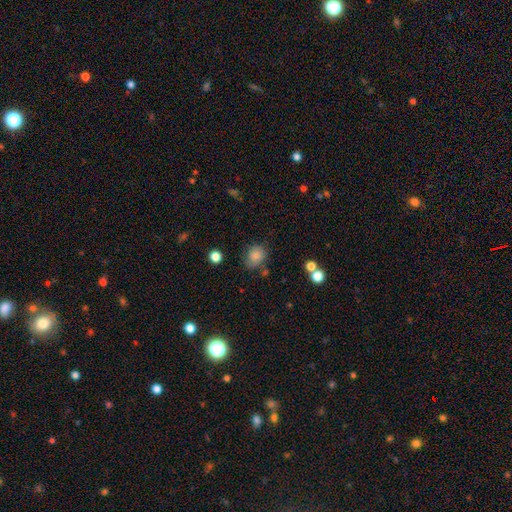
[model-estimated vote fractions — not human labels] Q: Smooth or featured?
A: smooth (83%); runner-up: star or artifact (10%)
Q: How rounded?
A: round (61%); runner-up: in between (38%)
Q: Merging?
A: none (68%); runner-up: minor disturbance (21%)